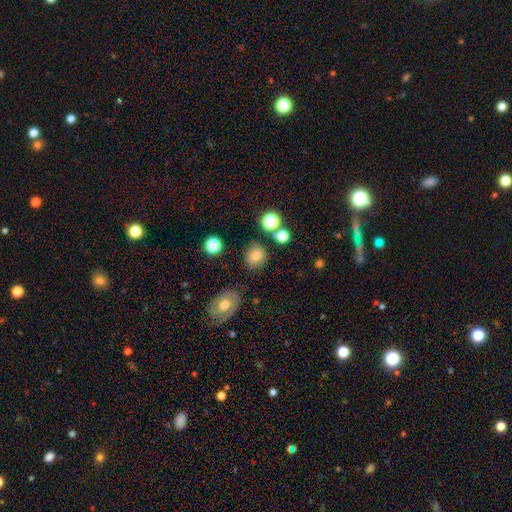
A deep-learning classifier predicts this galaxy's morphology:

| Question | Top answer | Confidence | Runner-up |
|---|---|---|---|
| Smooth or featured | smooth | 75% | star or artifact (14%) |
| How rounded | round | 77% | in between (22%) |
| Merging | none | 78% | minor disturbance (13%) |